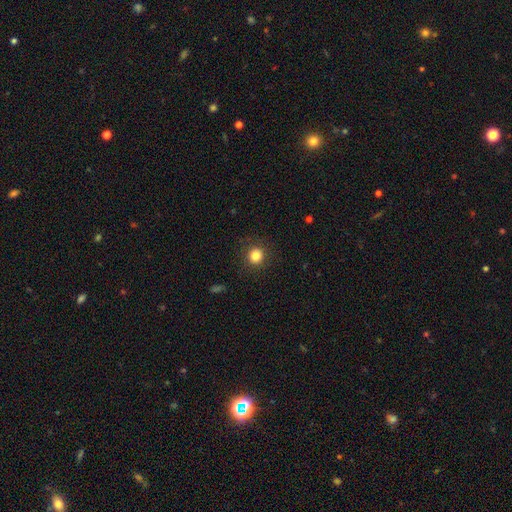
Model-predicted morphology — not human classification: Q: Smooth or featured?
A: smooth (83%); runner-up: star or artifact (11%)
Q: How rounded?
A: round (91%); runner-up: in between (8%)
Q: Merging?
A: none (90%); runner-up: minor disturbance (7%)